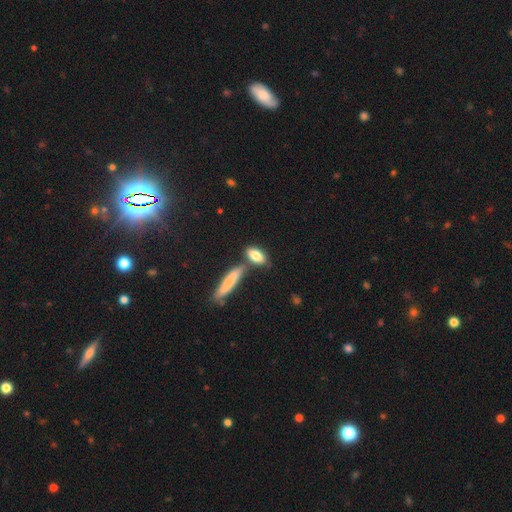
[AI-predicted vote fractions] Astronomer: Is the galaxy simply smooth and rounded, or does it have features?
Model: smooth — 80%.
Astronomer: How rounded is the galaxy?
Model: in between — 70%.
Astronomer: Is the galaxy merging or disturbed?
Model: none — 61%.